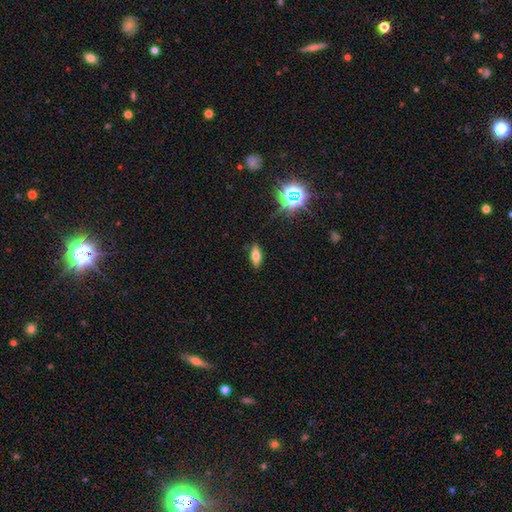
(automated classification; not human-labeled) This appears to be a smooth galaxy with no disk features (60%) that is in between round and cigar-shaped (70%). Merging: none (88%).